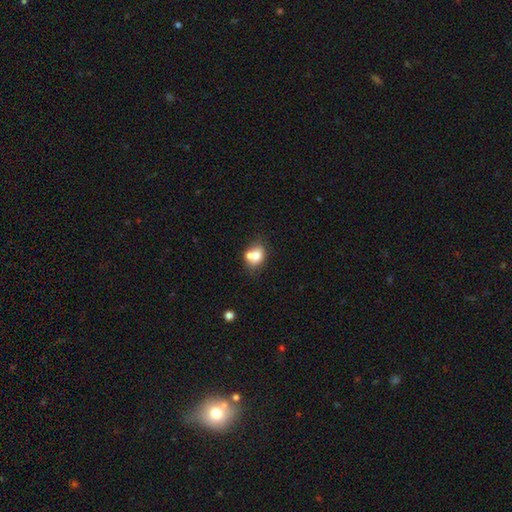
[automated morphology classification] The model was most divided on "merging": merger: 45%, none: 39%, minor disturbance: 11%, major disturbance: 4%. More confident: smooth or featured — smooth (71%); how rounded — in between (54%).